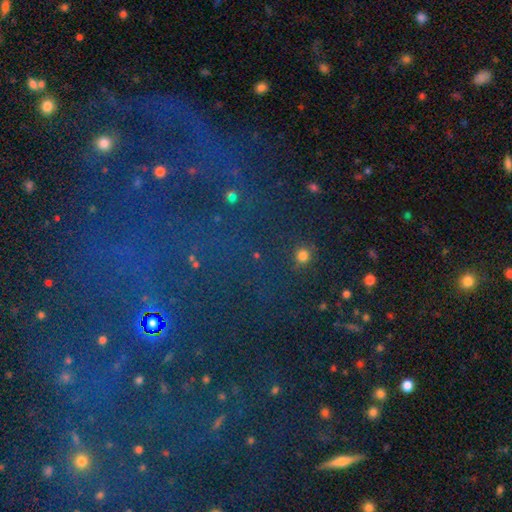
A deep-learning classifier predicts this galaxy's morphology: The model was most divided on "smooth or featured": star or artifact: 71%, smooth: 16%, featured or disk: 13%.